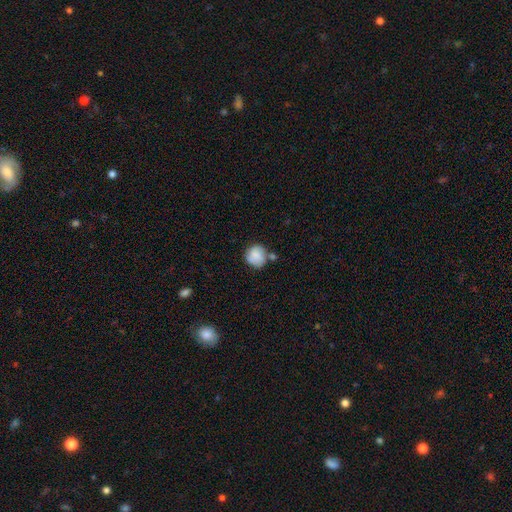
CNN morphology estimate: Smooth or featured: smooth — 79% (featured or disk — 14%)
How rounded: round — 83% (in between — 16%)
Merging: none — 54% (minor disturbance — 22%)